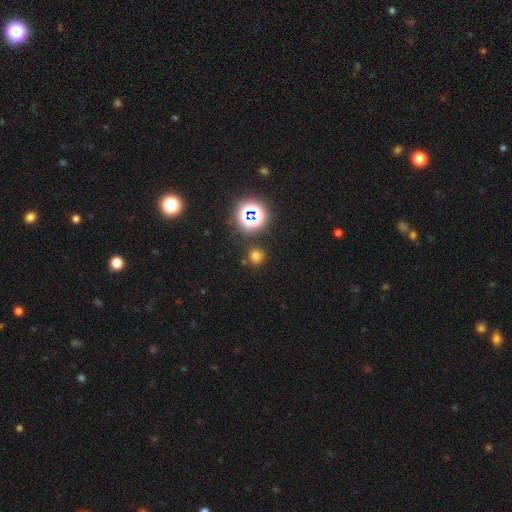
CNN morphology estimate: Q: Smooth or featured?
A: smooth (64%); runner-up: star or artifact (30%)
Q: How rounded?
A: round (85%); runner-up: in between (14%)
Q: Merging?
A: none (82%); runner-up: minor disturbance (9%)